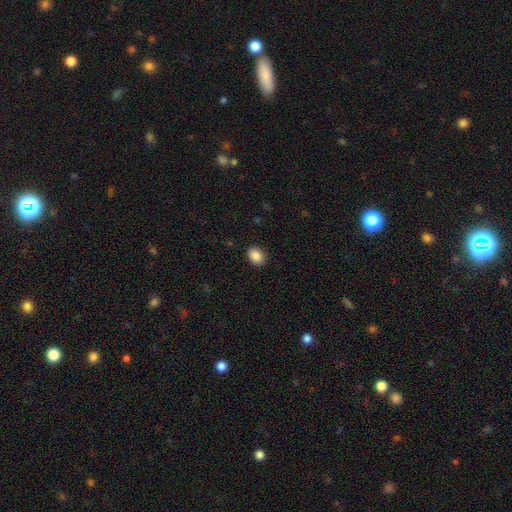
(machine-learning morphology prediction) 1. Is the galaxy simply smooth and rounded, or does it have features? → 88% smooth, 8% star or artifact, 4% featured or disk.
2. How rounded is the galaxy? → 72% in between, 27% round, 1% cigar-shaped.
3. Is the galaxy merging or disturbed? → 89% none, 8% minor disturbance, 2% major disturbance, 1% merger.